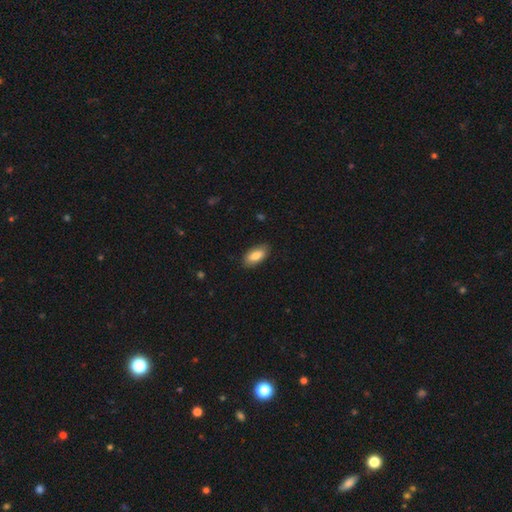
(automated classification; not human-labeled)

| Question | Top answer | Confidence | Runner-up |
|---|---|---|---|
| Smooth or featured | smooth | 82% | featured or disk (11%) |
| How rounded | in between | 90% | cigar-shaped (7%) |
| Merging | none | 86% | minor disturbance (11%) |